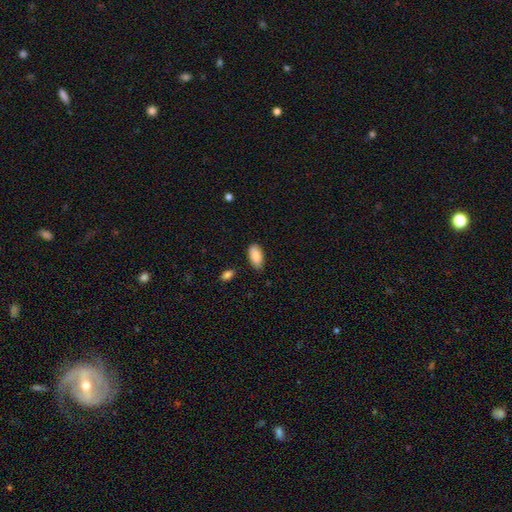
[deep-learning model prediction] Morphology: type=smooth (88%); roundness=in between (93%); merging=none (80%).